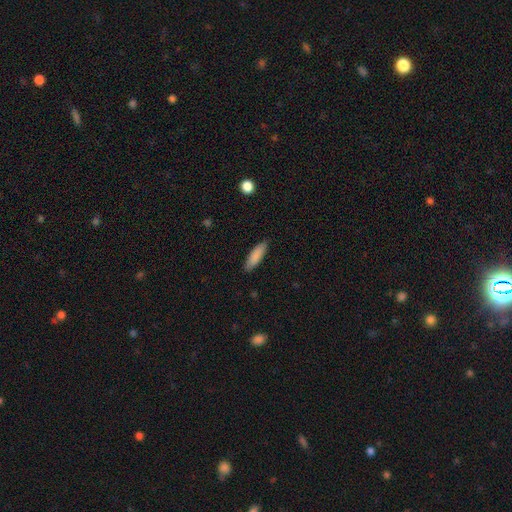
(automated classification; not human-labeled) Smooth or featured: smooth — 87% (featured or disk — 7%)
How rounded: cigar-shaped — 56% (in between — 43%)
Merging: none — 86% (minor disturbance — 11%)